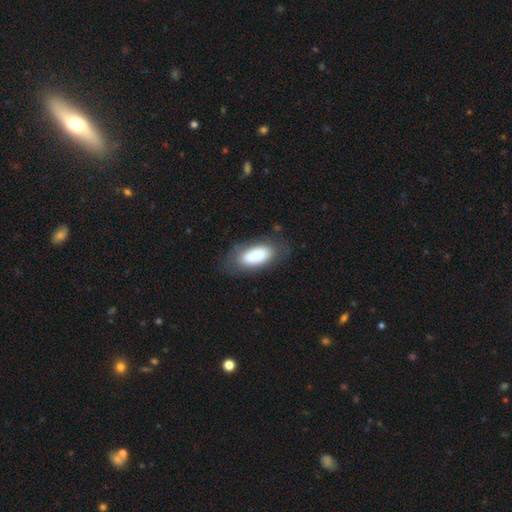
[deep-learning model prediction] The model was most divided on "merging": none: 68%, minor disturbance: 20%, major disturbance: 9%, merger: 4%. More confident: how rounded — in between (91%); smooth or featured — smooth (75%).